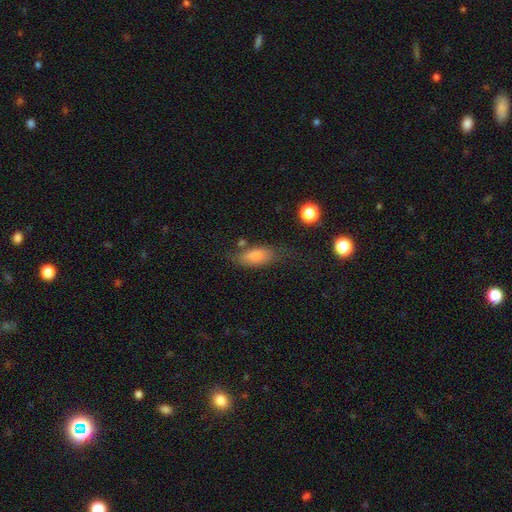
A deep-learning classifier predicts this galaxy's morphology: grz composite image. It shows a smooth galaxy with no disk features (79%) that is in between round and cigar-shaped (82%). Merging: none (53%).